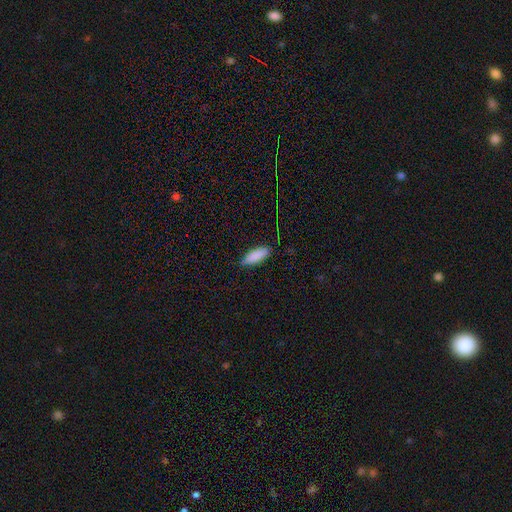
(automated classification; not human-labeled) A smooth galaxy with no disk features (87%) that is in between round and cigar-shaped (69%). Merging: none (77%).